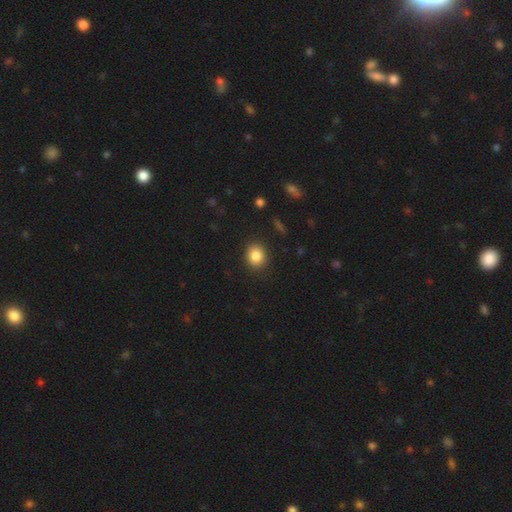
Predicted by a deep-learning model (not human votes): smooth_or_featured: smooth (p=0.85) [alt: star or artifact p=0.10]
how_rounded: round (p=0.74) [alt: in between p=0.25]
merging: none (p=0.89) [alt: minor disturbance p=0.07]